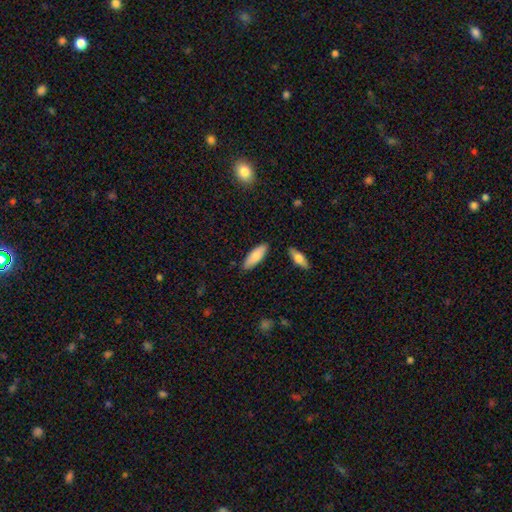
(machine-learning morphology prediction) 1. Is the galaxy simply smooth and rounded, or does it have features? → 79% smooth, 15% featured or disk, 6% star or artifact.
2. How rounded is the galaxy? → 60% in between, 38% cigar-shaped, 2% round.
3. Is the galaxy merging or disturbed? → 85% none, 10% minor disturbance, 3% merger, 2% major disturbance.